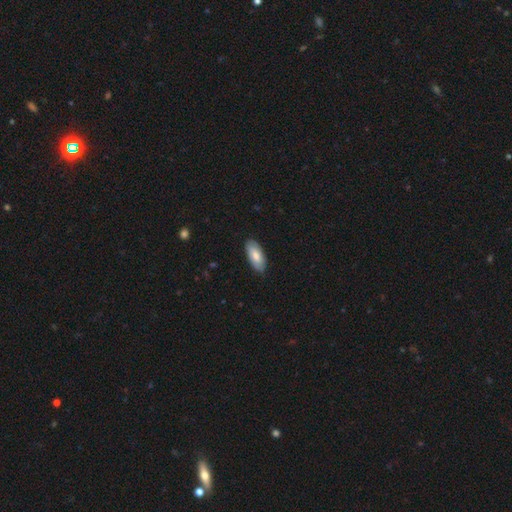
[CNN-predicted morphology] smooth 75%, featured or disk 20%, star or artifact 5%. Down the decision tree: how rounded — in between (89%); merging — none (86%).